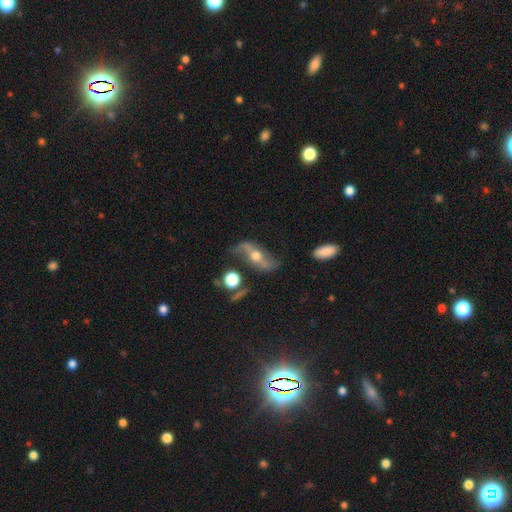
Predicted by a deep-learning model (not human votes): Smooth or featured: featured or disk — 79% (smooth — 13%)
Edge-on disk: no — 86% (yes — 14%)
Bar: no — 48% (weak — 28%)
Spiral arms: yes — 89% (no — 11%)
Spiral winding: loose — 84% (medium — 12%)
Spiral arm count: 2 — 92% (can't tell — 3%)
Bulge size: moderate — 69% (small — 20%)
Merging: none — 67% (minor disturbance — 18%)